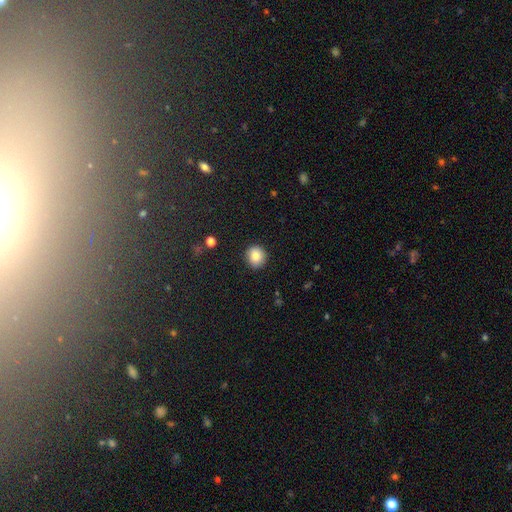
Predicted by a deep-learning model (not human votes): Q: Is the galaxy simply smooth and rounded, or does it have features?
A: smooth — 85%.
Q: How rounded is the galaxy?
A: round — 88%.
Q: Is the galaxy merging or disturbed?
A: none — 89%.